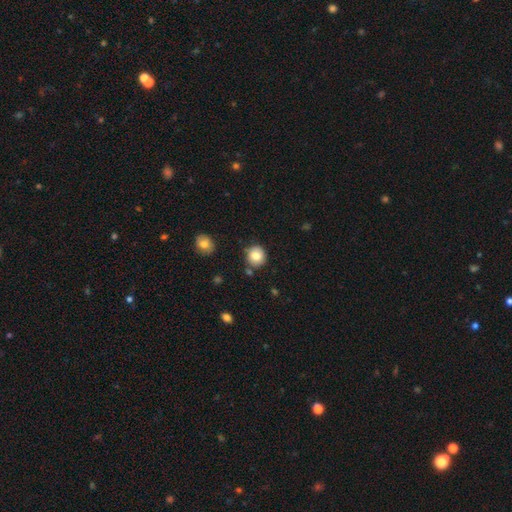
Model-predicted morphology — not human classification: Smooth or featured? smooth (82%)
How rounded? round (87%)
Merging? none (81%)